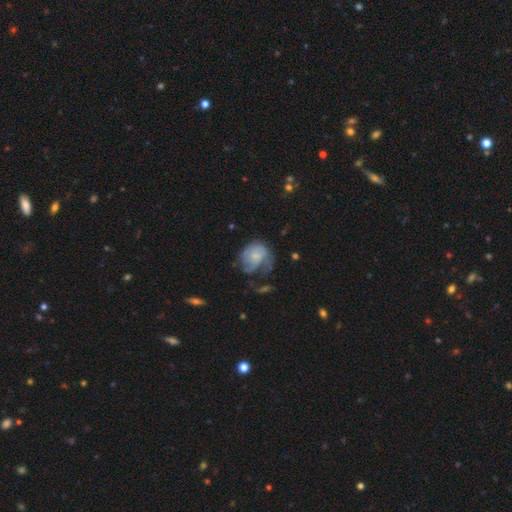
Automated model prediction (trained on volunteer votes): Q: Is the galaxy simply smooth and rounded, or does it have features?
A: featured or disk — 51%.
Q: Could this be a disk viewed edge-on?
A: no — 98%.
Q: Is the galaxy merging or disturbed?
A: major disturbance — 40%.